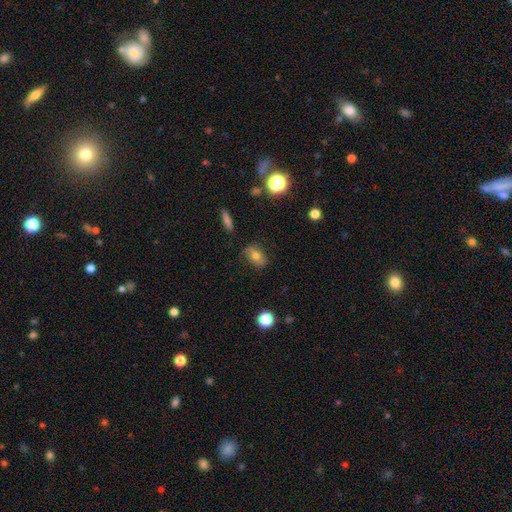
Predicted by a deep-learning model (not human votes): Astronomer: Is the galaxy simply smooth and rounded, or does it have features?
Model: smooth — 68%.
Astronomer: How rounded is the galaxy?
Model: in between — 77%.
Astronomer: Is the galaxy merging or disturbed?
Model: none — 77%.